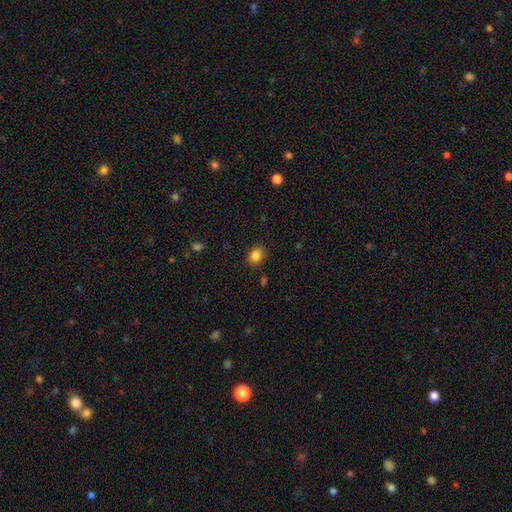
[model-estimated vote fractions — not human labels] Q: Smooth or featured?
A: smooth (84%); runner-up: star or artifact (10%)
Q: How rounded?
A: in between (54%); runner-up: round (45%)
Q: Merging?
A: none (86%); runner-up: minor disturbance (10%)